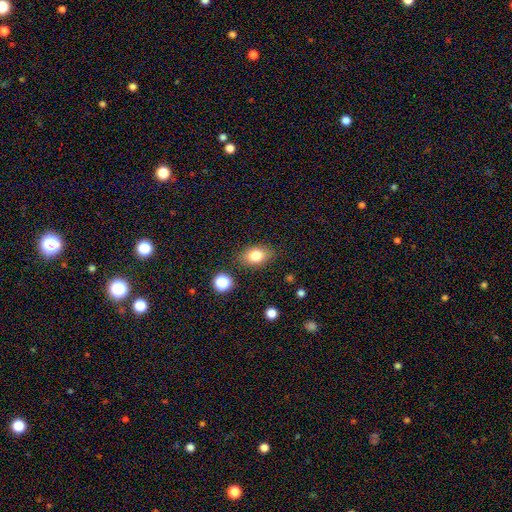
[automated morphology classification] Smooth or featured: smooth — 79% (featured or disk — 11%)
How rounded: in between — 80% (round — 18%)
Merging: none — 84% (minor disturbance — 11%)